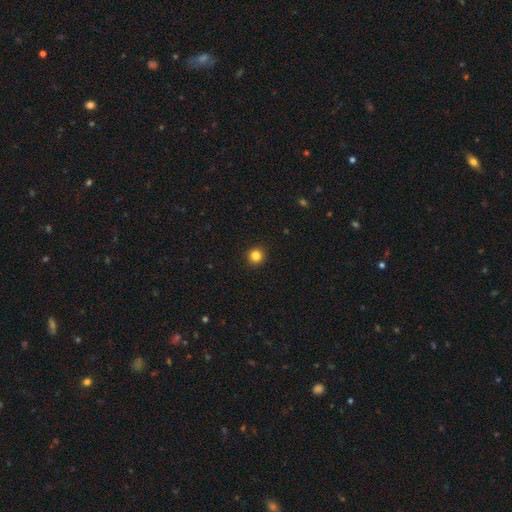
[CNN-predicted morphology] A smooth galaxy with no disk features (84%) that is round (95%).

Vote fractions:
- Smooth or featured? smooth: 84% / star or artifact: 12% / featured or disk: 4%
- How rounded? round: 95% / in between: 4% / cigar-shaped: 1%
- Merging? none: 93% / minor disturbance: 4% / major disturbance: 2% / merger: 1%